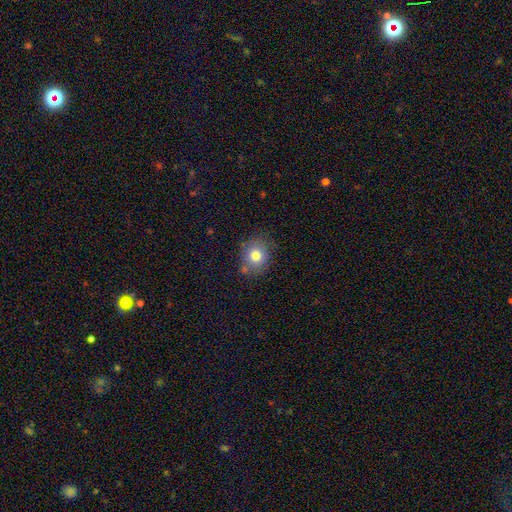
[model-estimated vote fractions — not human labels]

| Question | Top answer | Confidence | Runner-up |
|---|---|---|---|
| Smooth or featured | smooth | 79% | featured or disk (11%) |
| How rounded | round | 70% | in between (29%) |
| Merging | none | 73% | minor disturbance (17%) |